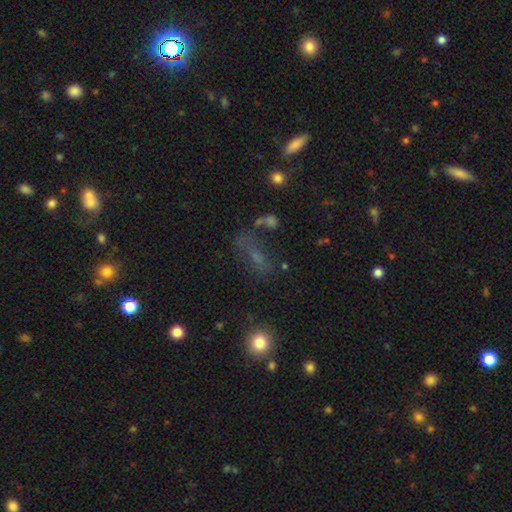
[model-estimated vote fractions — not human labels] This appears to be a smooth galaxy with no disk features (38%). Merging: none (52%).